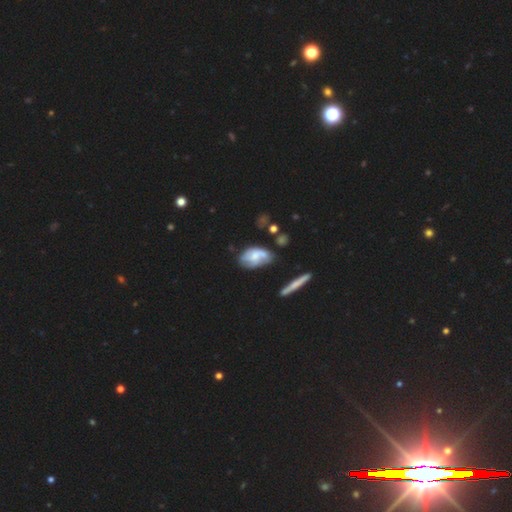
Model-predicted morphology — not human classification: A featured or disk galaxy (53%). Merging: none (45%).